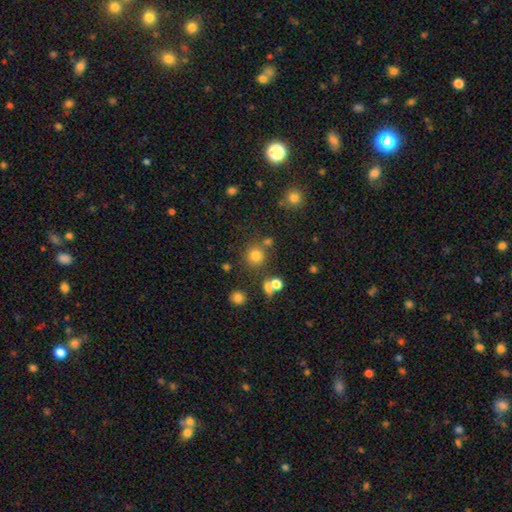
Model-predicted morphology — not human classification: smooth 75%, star or artifact 18%, featured or disk 7%. Down the decision tree: how rounded — round (91%); merging — none (75%).